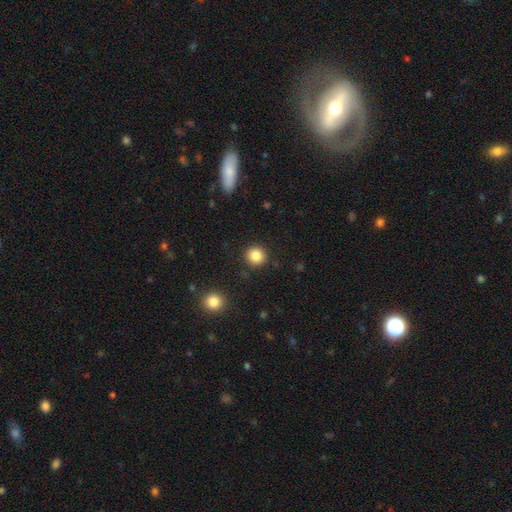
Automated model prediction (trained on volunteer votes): This is clearly a smooth galaxy (84%). How rounded: clearly round (94%). Merging: clearly none (91%).